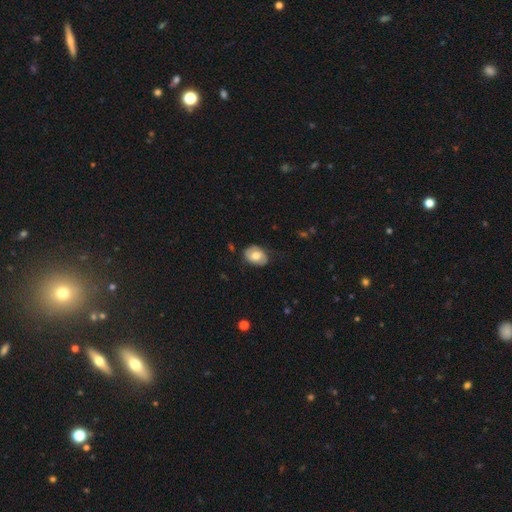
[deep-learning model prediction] Q: Smooth or featured?
A: smooth (60%); runner-up: featured or disk (33%)
Q: How rounded?
A: in between (74%); runner-up: round (25%)
Q: Merging?
A: none (73%); runner-up: minor disturbance (21%)